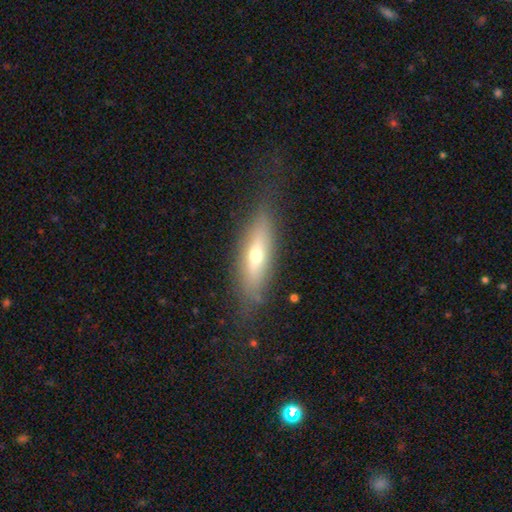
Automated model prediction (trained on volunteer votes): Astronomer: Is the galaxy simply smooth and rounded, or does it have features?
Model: smooth — 48% (runner-up: featured or disk, 43%).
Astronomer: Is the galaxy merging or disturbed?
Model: none — 73%.